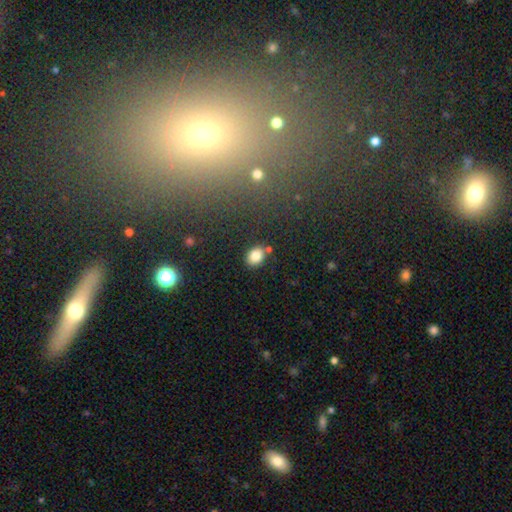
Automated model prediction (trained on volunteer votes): A smooth galaxy with no disk features (84%) that is in between round and cigar-shaped (57%).

Vote fractions:
- Smooth or featured? smooth: 84% / star or artifact: 10% / featured or disk: 6%
- How rounded? in between: 57% / round: 41% / cigar-shaped: 1%
- Merging? none: 79% / minor disturbance: 12% / merger: 6% / major disturbance: 3%